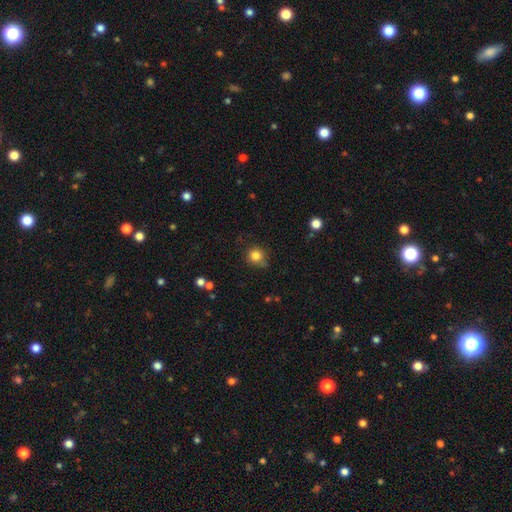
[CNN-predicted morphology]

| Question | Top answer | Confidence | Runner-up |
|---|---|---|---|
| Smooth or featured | smooth | 83% | star or artifact (12%) |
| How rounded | round | 89% | in between (10%) |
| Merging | none | 71% | minor disturbance (20%) |